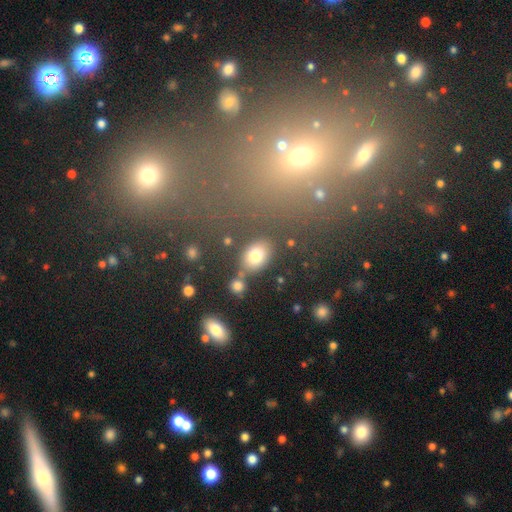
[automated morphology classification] Smooth or featured?
  - smooth: 78% *
  - star or artifact: 12%
  - featured or disk: 10%
How rounded?
  - in between: 66% *
  - round: 32%
  - cigar-shaped: 2%
Merging?
  - none: 72% *
  - merger: 12%
  - minor disturbance: 12%
  - major disturbance: 5%